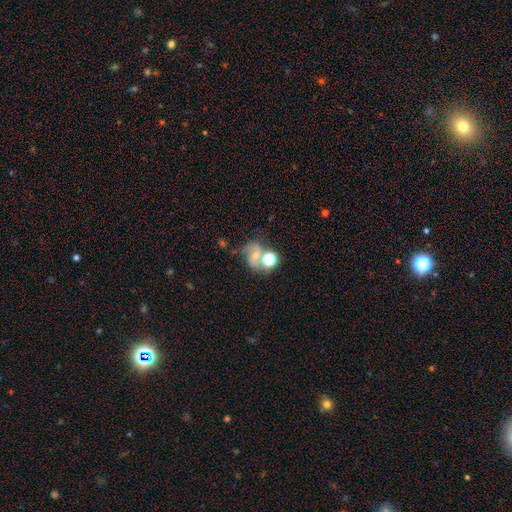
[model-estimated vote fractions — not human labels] smooth-or-featured: featured or disk: 42% | smooth: 41% | star or artifact: 16%
  merging: merger: 39% | none: 33% | minor disturbance: 15% | major disturbance: 14%